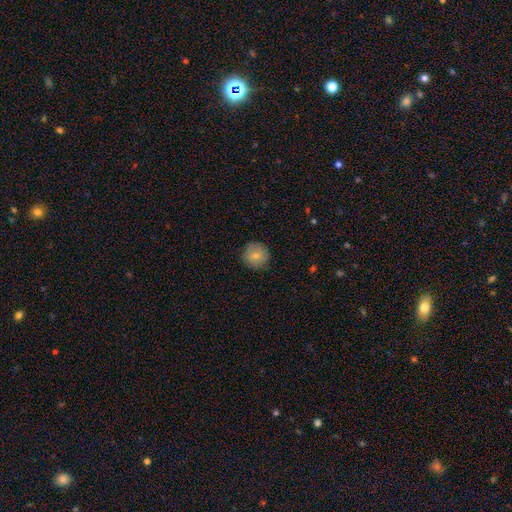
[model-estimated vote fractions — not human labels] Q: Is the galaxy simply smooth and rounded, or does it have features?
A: smooth — 73%.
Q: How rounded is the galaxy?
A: round — 93%.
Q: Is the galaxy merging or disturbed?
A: none — 86%.